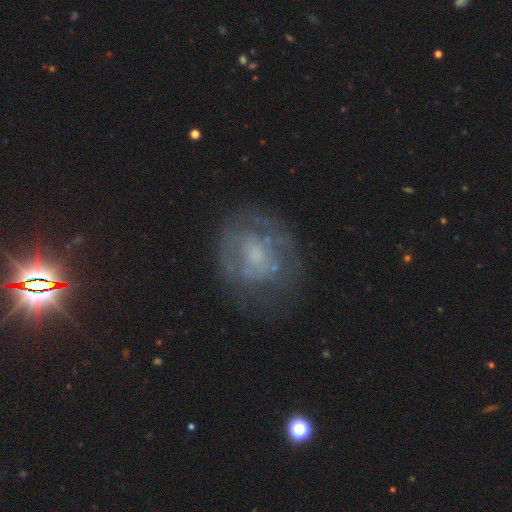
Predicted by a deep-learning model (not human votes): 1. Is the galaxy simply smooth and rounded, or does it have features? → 64% featured or disk, 25% smooth, 11% star or artifact.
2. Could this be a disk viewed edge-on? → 97% no, 3% yes.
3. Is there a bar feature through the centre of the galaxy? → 77% no, 19% weak, 4% strong.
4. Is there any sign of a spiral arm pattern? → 59% no, 41% yes.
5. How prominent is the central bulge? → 37% small, 33% moderate, 22% none, 6% large, 1% dominant.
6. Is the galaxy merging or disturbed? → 60% none, 20% minor disturbance, 17% major disturbance, 2% merger.